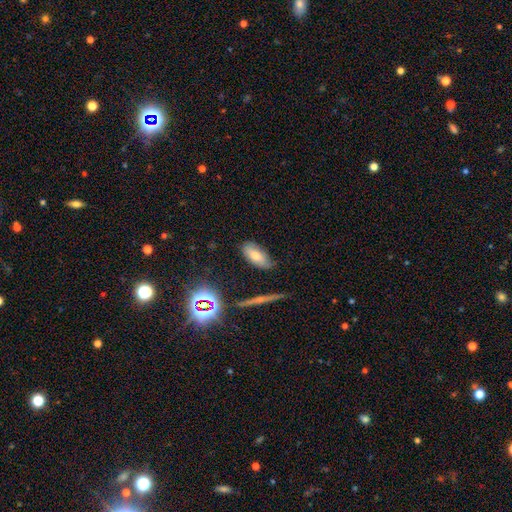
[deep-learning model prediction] Morphology: type=smooth (72%); roundness=in between (90%); merging=none (77%).